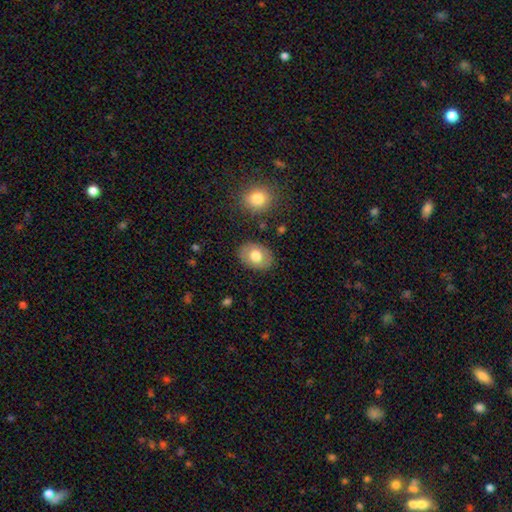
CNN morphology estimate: Smooth or featured? smooth (73%)
How rounded? in between (72%)
Merging? none (85%)